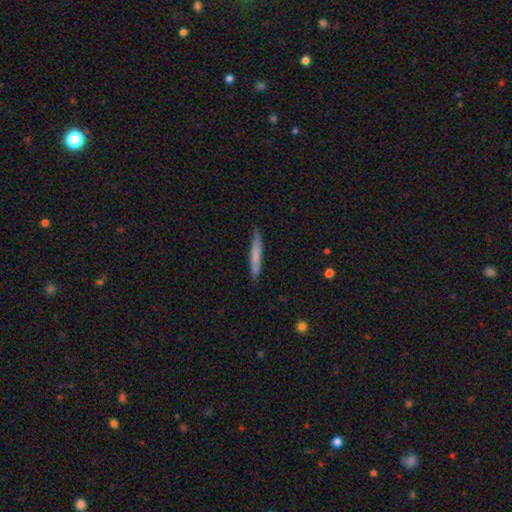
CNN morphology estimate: smooth 68%, featured or disk 26%, star or artifact 6%. Down the decision tree: how rounded — cigar-shaped (95%); merging — none (86%).